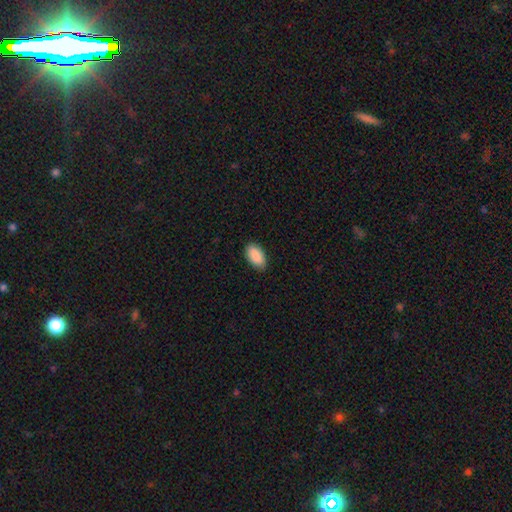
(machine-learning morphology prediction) Overall: smooth (91%). How rounded: in between (95%). Merging: none (87%).